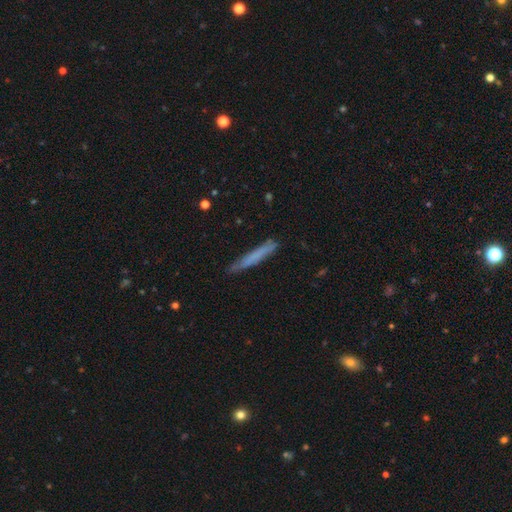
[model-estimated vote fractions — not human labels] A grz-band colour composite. It shows a smooth galaxy with no disk features (65%) that is cigar-shaped (96%). Merging: none (81%).